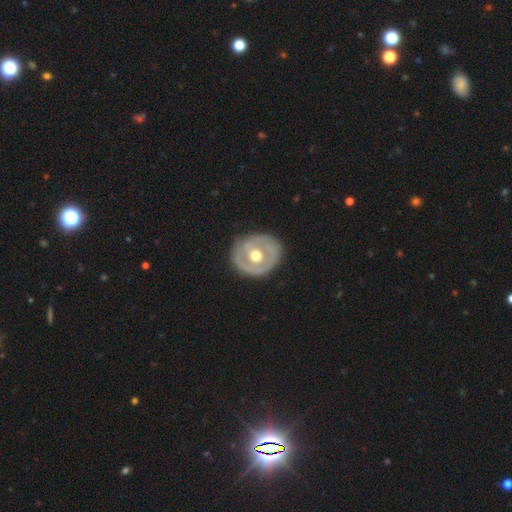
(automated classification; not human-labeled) smooth_or_featured: featured or disk (p=0.59) [alt: smooth p=0.36]
disk_edge_on: no (p=0.95) [alt: yes p=0.05]
bar: no (p=0.84) [alt: weak p=0.12]
has_spiral_arms: no (p=0.81) [alt: yes p=0.19]
bulge_size: moderate (p=0.78) [alt: large p=0.14]
merging: none (p=0.80) [alt: minor disturbance p=0.14]